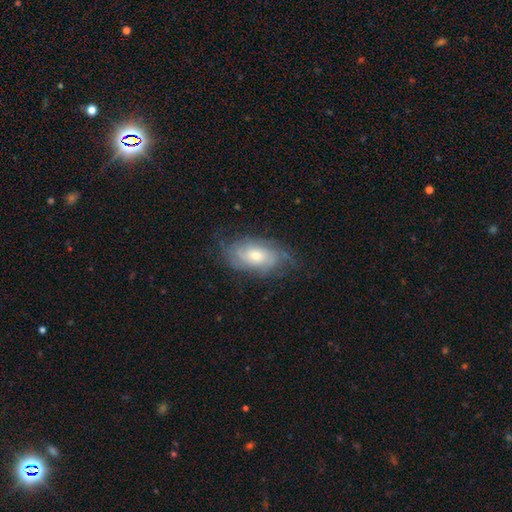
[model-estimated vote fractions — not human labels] Overall: featured or disk (66%; smooth 27%). Edge-on disk: no (93%). Bar: no (75%). Spiral arms: yes (86%). Spiral arm count: can't tell (54%; 2 19%). Spiral winding: tight (55%; medium 31%). Bulge size: moderate (57%; small 34%). Merging: none (67%).